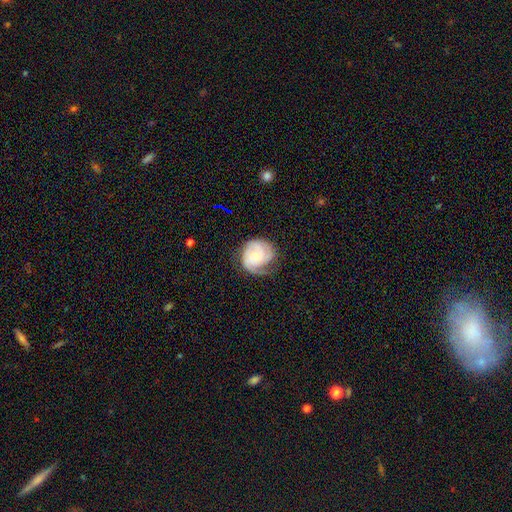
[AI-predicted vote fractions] featured or disk 74%, smooth 20%, star or artifact 6%. Down the decision tree: edge-on disk — no (98%); bar — no (74%); spiral arms — yes (95%); spiral arm count — 3 (30%); spiral winding — tight (57%); bulge size — small (64%); merging — none (58%).